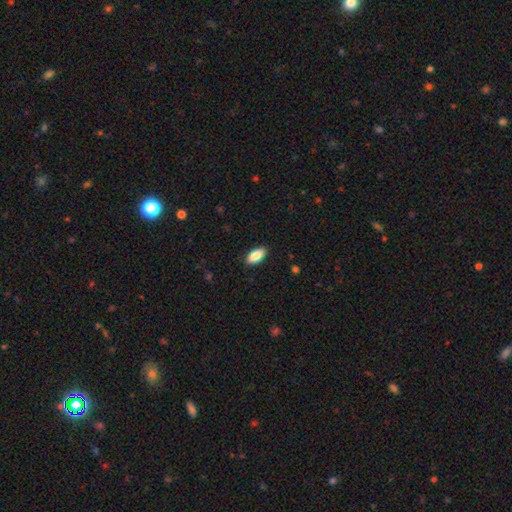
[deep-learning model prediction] Smooth or featured? smooth (88%)
How rounded? in between (92%)
Merging? none (89%)